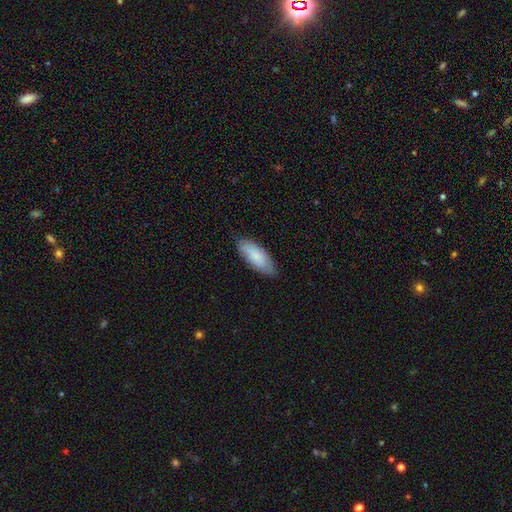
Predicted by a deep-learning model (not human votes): A smooth galaxy with no disk features (82%) that is in between round and cigar-shaped (72%).

Vote fractions:
- Smooth or featured? smooth: 82% / featured or disk: 12% / star or artifact: 6%
- How rounded? in between: 72% / cigar-shaped: 26% / round: 2%
- Merging? none: 82% / minor disturbance: 15% / major disturbance: 2% / merger: 1%